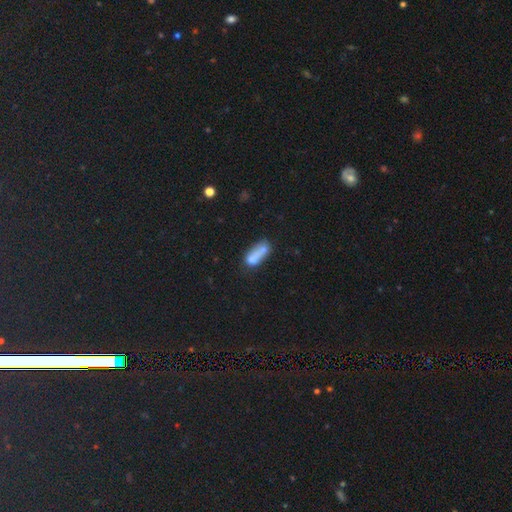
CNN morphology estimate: Smooth or featured: smooth — 70% (featured or disk — 19%)
How rounded: in between — 71% (cigar-shaped — 22%)
Merging: merger — 42% (none — 29%)